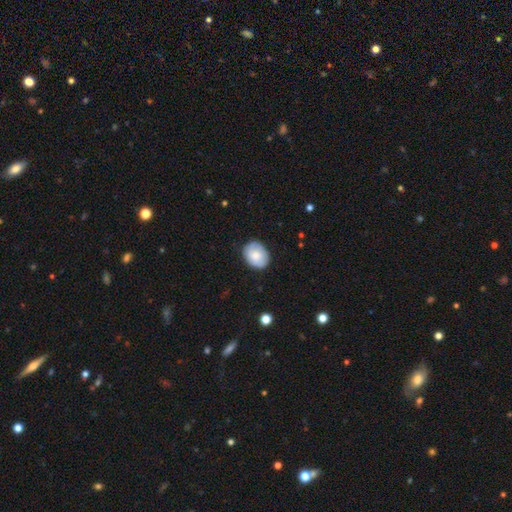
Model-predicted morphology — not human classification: The model was most divided on "how rounded": in between: 57%, round: 42%, cigar-shaped: 1%. More confident: merging — none (80%); smooth or featured — smooth (76%).